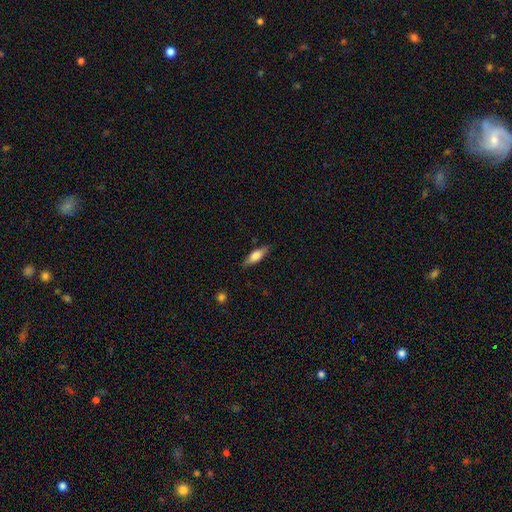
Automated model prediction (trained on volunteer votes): Overall: smooth (63%; featured or disk 30%). How rounded: in between (55%; cigar-shaped 43%). Merging: none (82%).